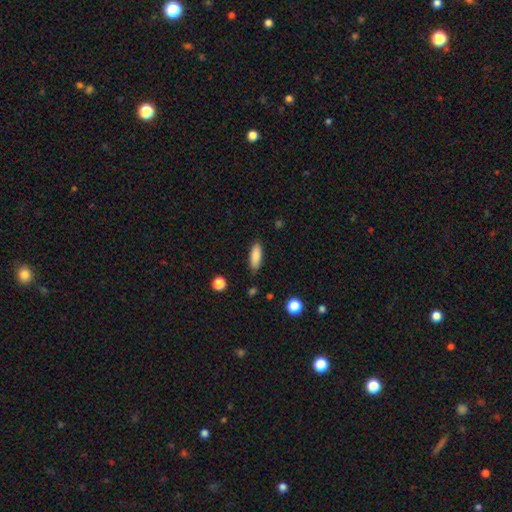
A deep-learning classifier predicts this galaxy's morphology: The model was most divided on "how rounded": in between: 57%, cigar-shaped: 41%, round: 2%. More confident: smooth or featured — smooth (87%); merging — none (85%).